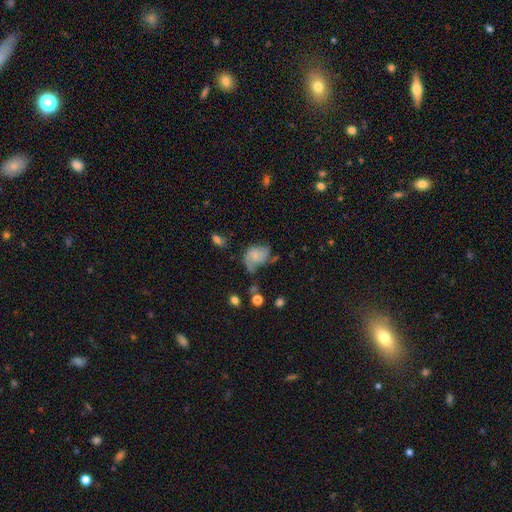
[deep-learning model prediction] smooth_or_featured: smooth (p=0.49) [alt: featured or disk p=0.39]
merging: major disturbance (p=0.35) [alt: minor disturbance p=0.29]